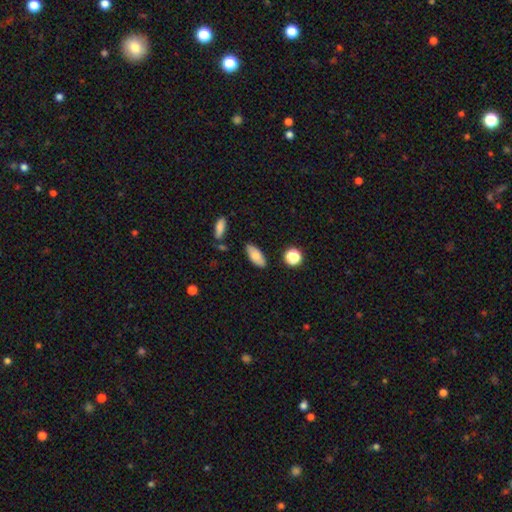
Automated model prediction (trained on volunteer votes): Morphology: type=smooth (79%); roundness=in between (85%); merging=none (84%).